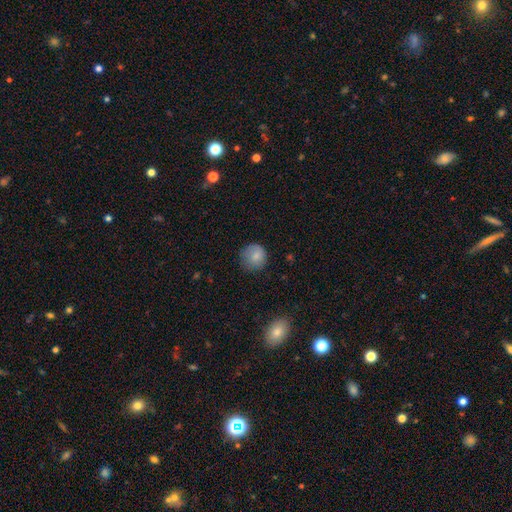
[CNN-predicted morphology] The model was most divided on "merging": none: 74%, minor disturbance: 20%, major disturbance: 5%, merger: 1%. More confident: how rounded — round (91%); smooth or featured — smooth (83%).